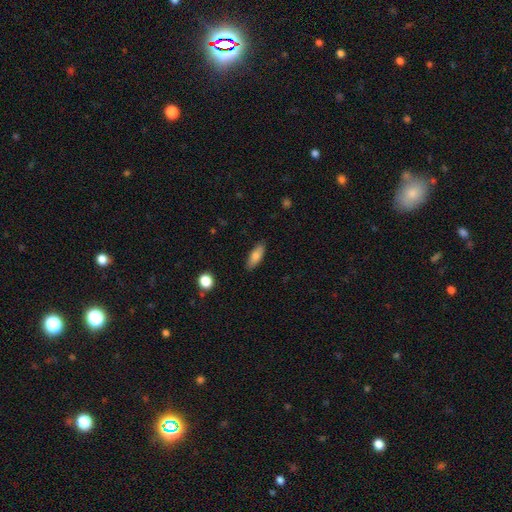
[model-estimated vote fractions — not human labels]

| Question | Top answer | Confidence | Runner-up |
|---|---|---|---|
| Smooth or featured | smooth | 75% | featured or disk (17%) |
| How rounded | in between | 69% | cigar-shaped (28%) |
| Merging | none | 86% | minor disturbance (10%) |